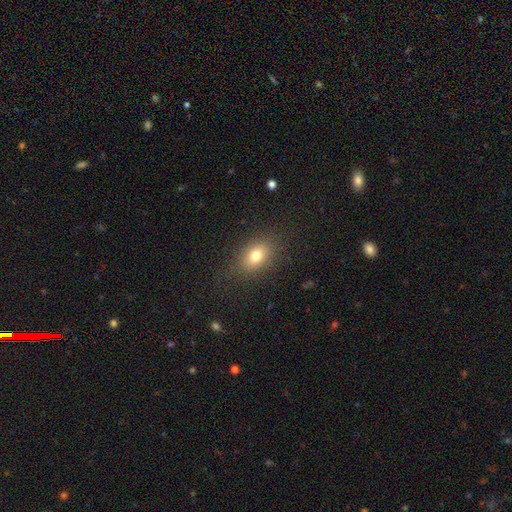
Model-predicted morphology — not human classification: This appears to be a smooth galaxy with no disk features (76%) that is in between round and cigar-shaped (75%). Merging: none (83%).